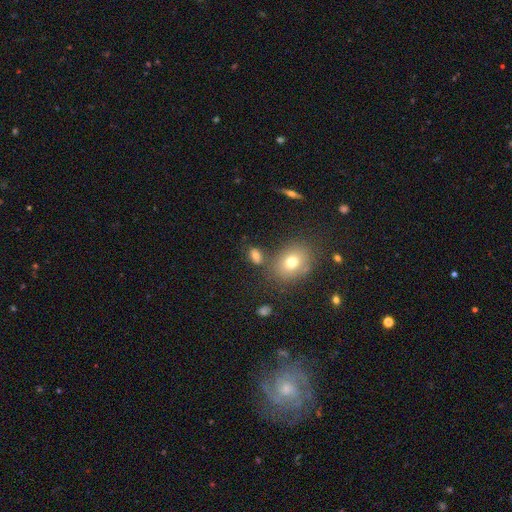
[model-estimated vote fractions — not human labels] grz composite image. It shows a smooth galaxy with no disk features (73%) that is in between round and cigar-shaped (74%). Merging: none (64%).